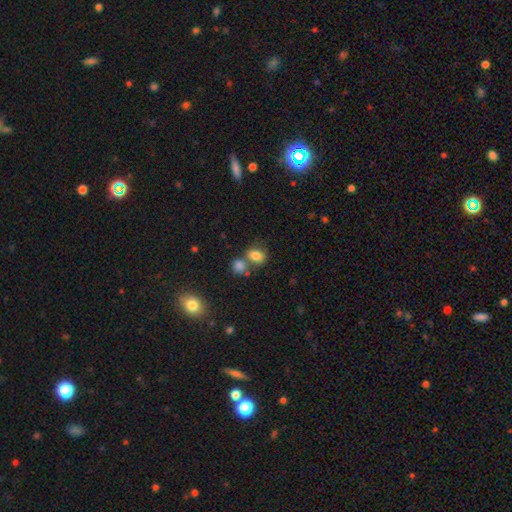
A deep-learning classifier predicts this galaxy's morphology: smooth-or-featured: smooth: 80% | star or artifact: 11% | featured or disk: 8%
  how-rounded: in between: 61% | round: 37% | cigar-shaped: 1%
  merging: none: 45% | merger: 39% | minor disturbance: 12% | major disturbance: 5%